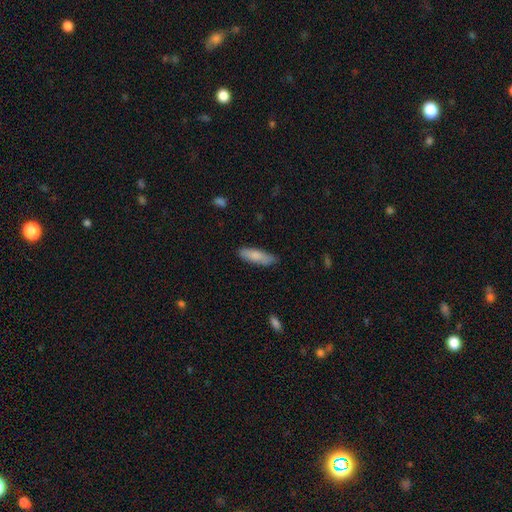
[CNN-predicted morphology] smooth-or-featured: smooth: 82% | featured or disk: 12% | star or artifact: 6%
  how-rounded: cigar-shaped: 57% | in between: 42% | round: 1%
  merging: none: 79% | minor disturbance: 17% | major disturbance: 3% | merger: 1%